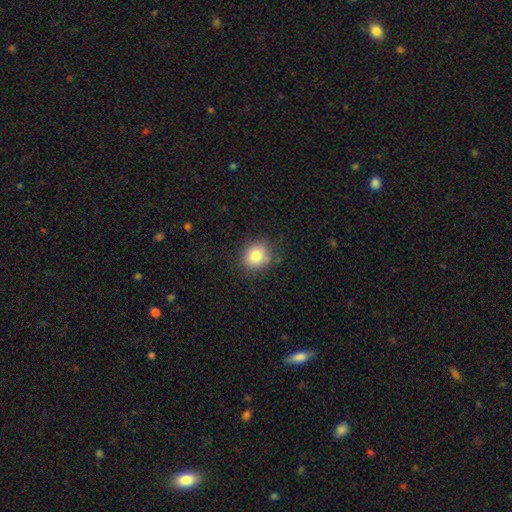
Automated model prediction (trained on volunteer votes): Q: Smooth or featured?
A: smooth (80%); runner-up: star or artifact (11%)
Q: How rounded?
A: round (74%); runner-up: in between (25%)
Q: Merging?
A: none (80%); runner-up: minor disturbance (14%)